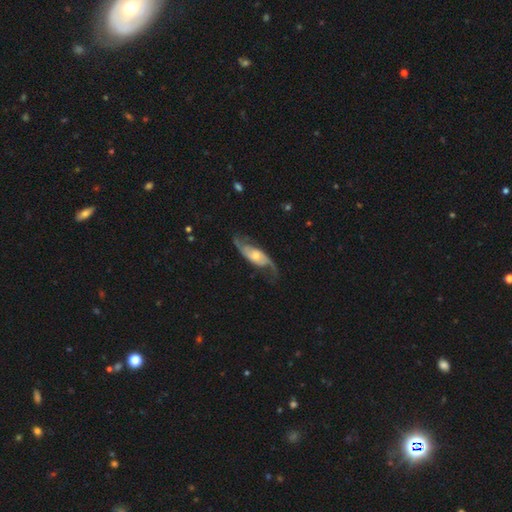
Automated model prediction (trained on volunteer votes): Smooth or featured?
  - featured or disk: 81% *
  - smooth: 14%
  - star or artifact: 5%
Edge-on disk?
  - no: 90% *
  - yes: 10%
Bar?
  - no: 63% *
  - weak: 28%
  - strong: 9%
Spiral arms?
  - yes: 94% *
  - no: 6%
Spiral winding?
  - loose: 62% *
  - medium: 29%
  - tight: 9%
Spiral arm count?
  - 2: 90% *
  - can't tell: 4%
  - 1: 3%
  - 3: 1%
  - 4: 1%
  - more than 4: 1%
Bulge size?
  - moderate: 46% *
  - small: 43%
  - large: 7%
  - none: 3%
  - dominant: 2%
Merging?
  - none: 69% *
  - minor disturbance: 18%
  - major disturbance: 12%
  - merger: 2%